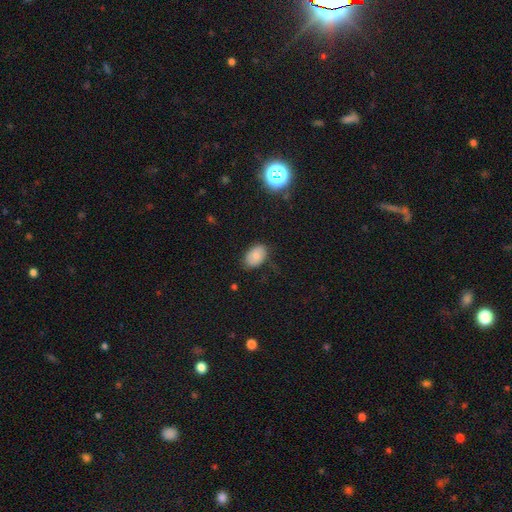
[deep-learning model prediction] This appears to be a smooth galaxy with no disk features (75%) that is in between round and cigar-shaped (88%). Merging: none (76%).